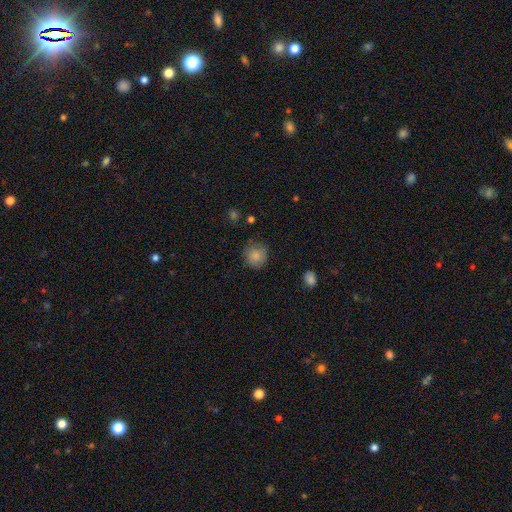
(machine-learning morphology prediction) Q: Smooth or featured?
A: smooth (84%); runner-up: star or artifact (9%)
Q: How rounded?
A: round (90%); runner-up: in between (9%)
Q: Merging?
A: none (79%); runner-up: minor disturbance (16%)